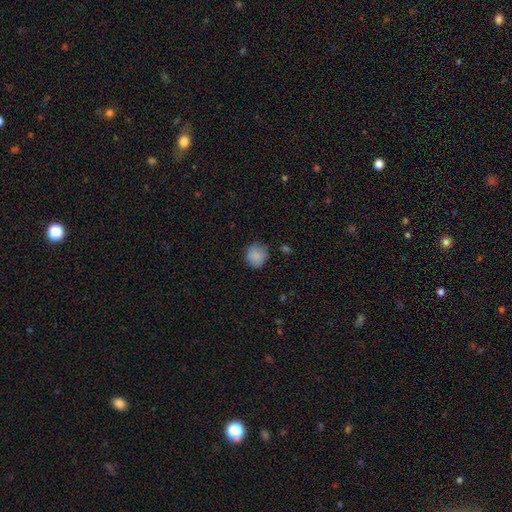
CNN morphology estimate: A smooth galaxy with no disk features (87%) that is round (90%). Merging: none (82%).